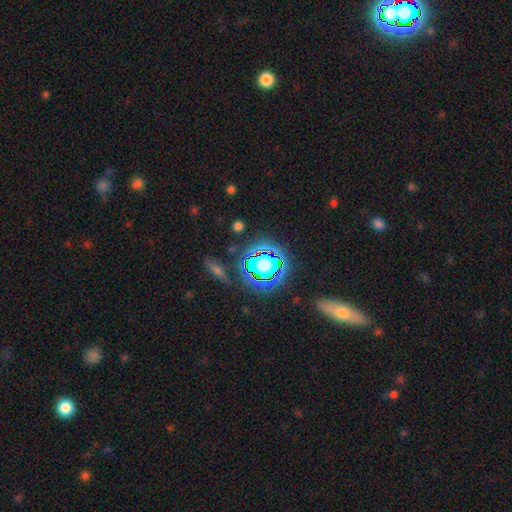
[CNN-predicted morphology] This is likely a star or artifact rather than a galaxy (66%).